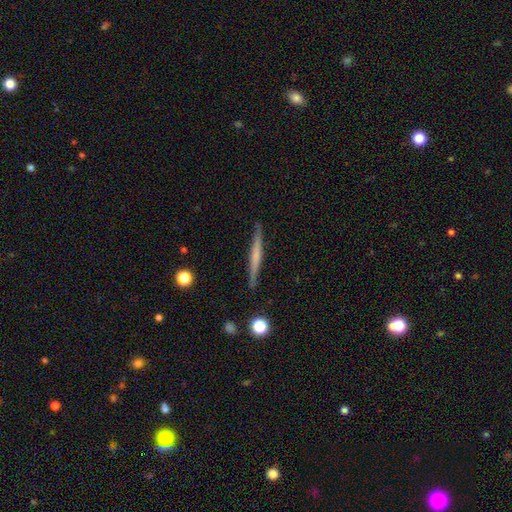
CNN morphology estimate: A featured or disk galaxy (48%). Merging: none (89%).